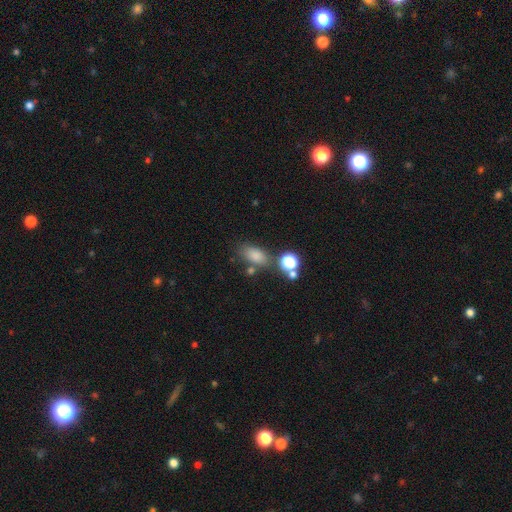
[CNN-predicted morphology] smooth-or-featured: smooth: 79% | star or artifact: 14% | featured or disk: 8%
  how-rounded: in between: 81% | round: 13% | cigar-shaped: 6%
  merging: none: 67% | minor disturbance: 15% | merger: 13% | major disturbance: 6%